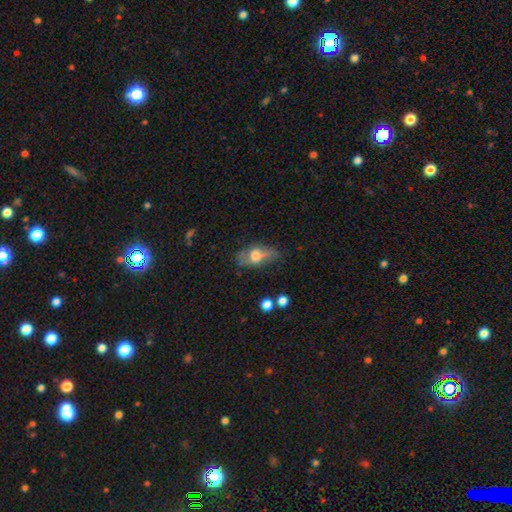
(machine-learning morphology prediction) smooth-or-featured: smooth: 48% | featured or disk: 43% | star or artifact: 9%
  merging: none: 55% | minor disturbance: 27% | major disturbance: 14% | merger: 4%